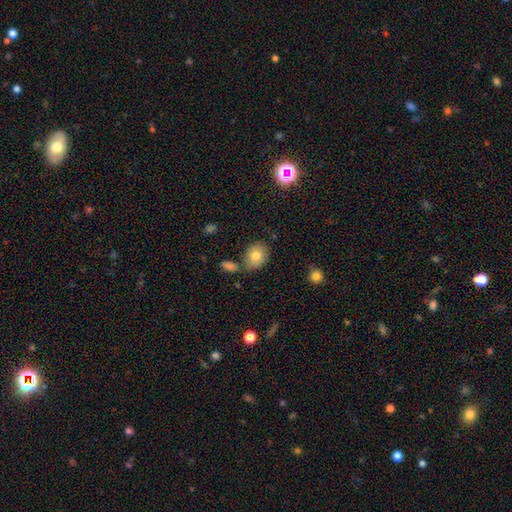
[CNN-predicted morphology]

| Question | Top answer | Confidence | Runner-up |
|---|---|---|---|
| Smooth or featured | smooth | 77% | featured or disk (15%) |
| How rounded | in between | 59% | round (39%) |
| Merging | none | 70% | minor disturbance (15%) |